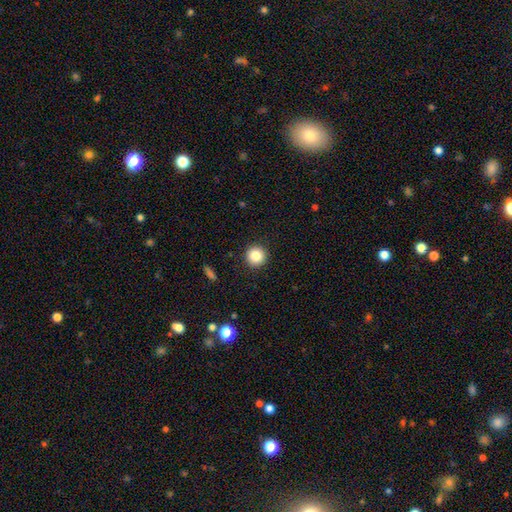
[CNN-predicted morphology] Q: Smooth or featured?
A: smooth (85%); runner-up: star or artifact (10%)
Q: How rounded?
A: round (95%); runner-up: in between (4%)
Q: Merging?
A: none (92%); runner-up: minor disturbance (5%)